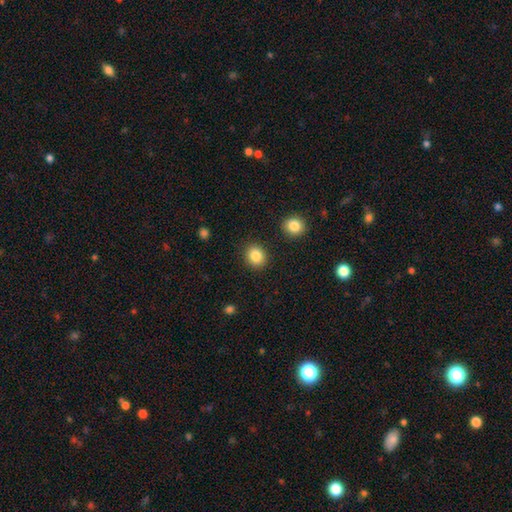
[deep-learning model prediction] Overall: smooth (86%). How rounded: round (74%). Merging: none (89%).